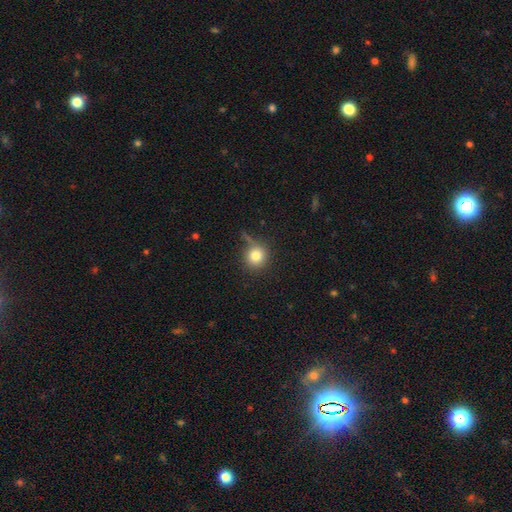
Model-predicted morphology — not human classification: smooth-or-featured: smooth: 81% | star or artifact: 11% | featured or disk: 8%
  how-rounded: round: 90% | in between: 9% | cigar-shaped: 1%
  merging: none: 69% | minor disturbance: 17% | major disturbance: 8% | merger: 5%